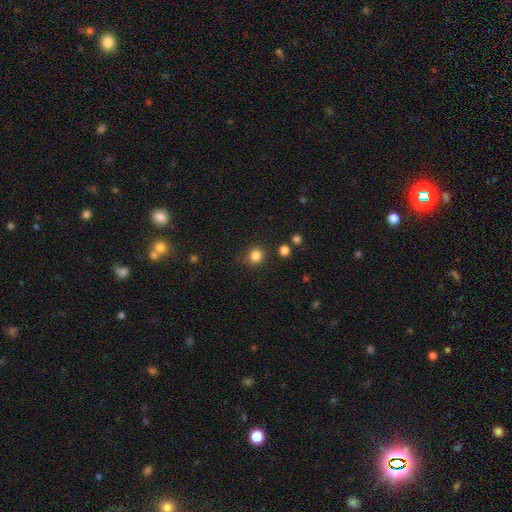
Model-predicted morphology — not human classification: Smooth or featured? Predicted: smooth (p=0.84). How rounded? Predicted: round (p=0.87). Merging? Predicted: none (p=0.84).